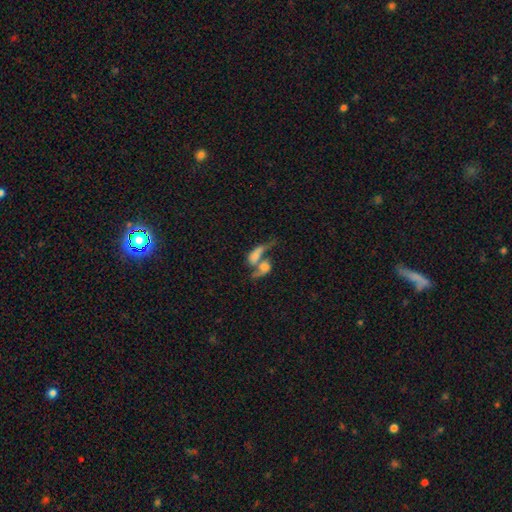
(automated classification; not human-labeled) Morphology: type=smooth (47%); merging=merger (72%).